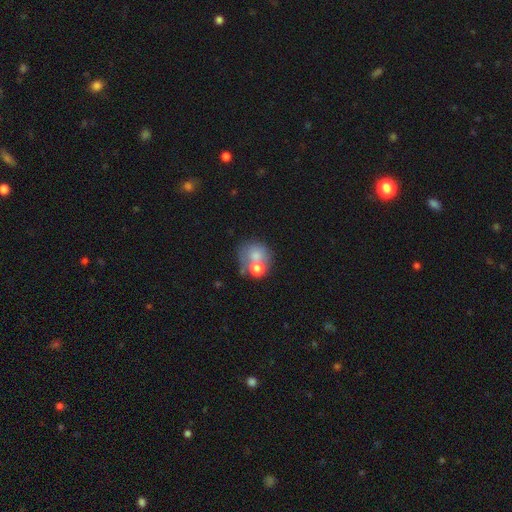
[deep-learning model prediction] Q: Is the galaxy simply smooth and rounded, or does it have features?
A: smooth — 67%.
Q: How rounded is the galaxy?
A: round — 74%.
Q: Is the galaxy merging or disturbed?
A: merger — 41%.